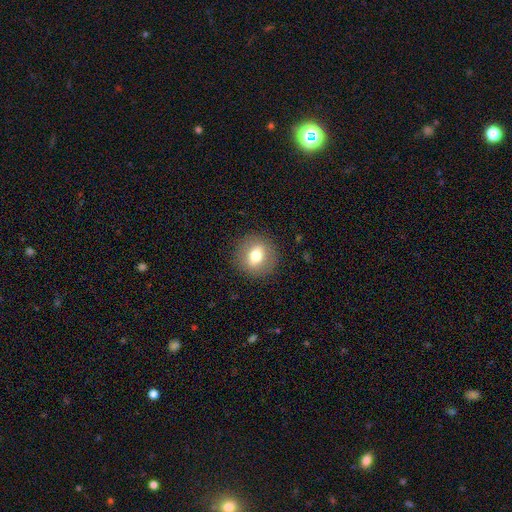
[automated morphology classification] type=smooth (67%); roundness=round (81%); merging=none (88%).